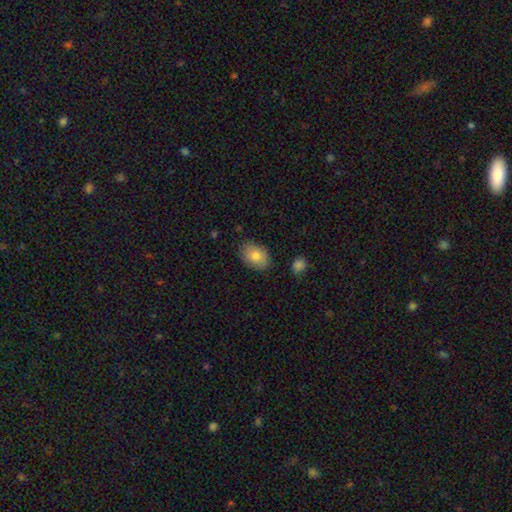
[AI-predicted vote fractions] This appears to be a smooth galaxy with no disk features (79%) that is in between round and cigar-shaped (76%). Merging: none (83%).